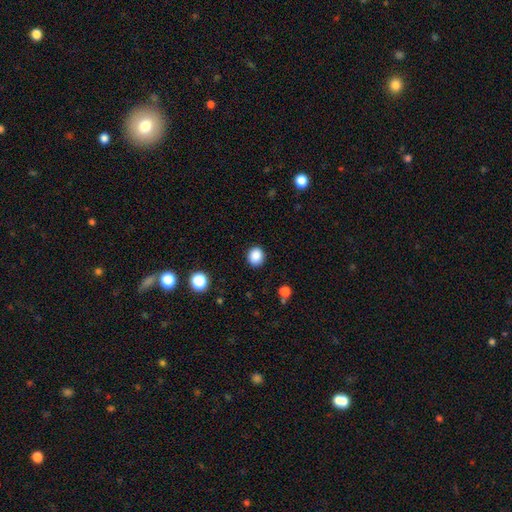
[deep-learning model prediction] A smooth galaxy with no disk features (87%) that is round (78%). Merging: none (90%).